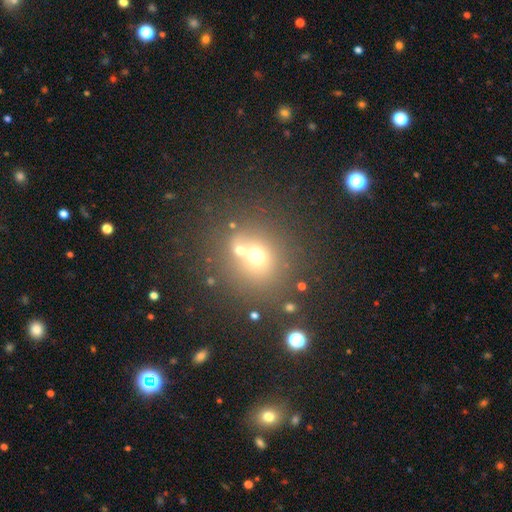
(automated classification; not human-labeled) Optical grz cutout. It shows a smooth galaxy with no disk features (64%) that is round (83%). Merging: none (54%).